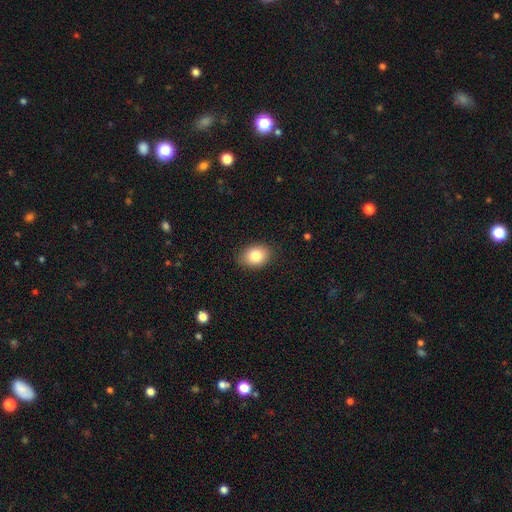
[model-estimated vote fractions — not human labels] Smooth or featured? Predicted: smooth (p=0.84). How rounded? Predicted: in between (p=0.71). Merging? Predicted: none (p=0.86).